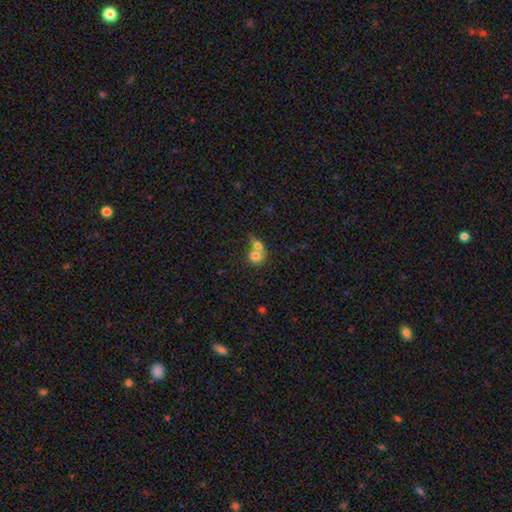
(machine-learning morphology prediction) Smooth or featured: smooth — 74% (featured or disk — 17%)
How rounded: round — 74% (in between — 24%)
Merging: merger — 66% (none — 24%)